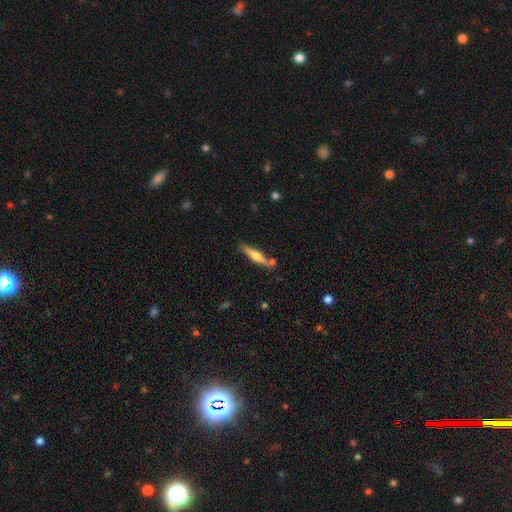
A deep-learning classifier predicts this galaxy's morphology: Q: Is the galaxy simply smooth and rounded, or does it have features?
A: featured or disk — 54%.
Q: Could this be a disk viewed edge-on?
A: yes — 95%.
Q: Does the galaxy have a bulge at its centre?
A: rounded — 86%.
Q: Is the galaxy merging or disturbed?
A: none — 75%.